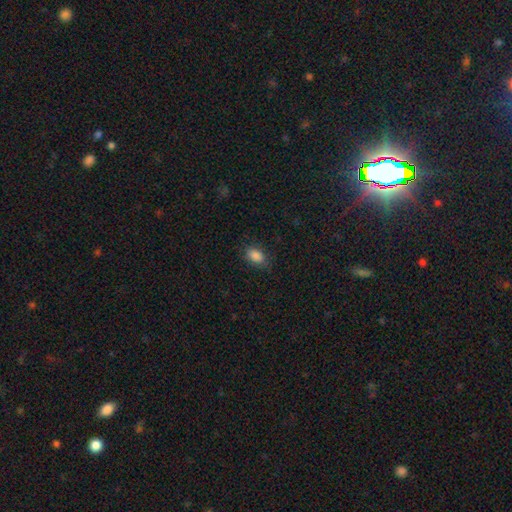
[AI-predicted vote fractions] Smooth or featured: smooth — 86% (star or artifact — 9%)
How rounded: in between — 87% (round — 11%)
Merging: none — 82% (minor disturbance — 14%)